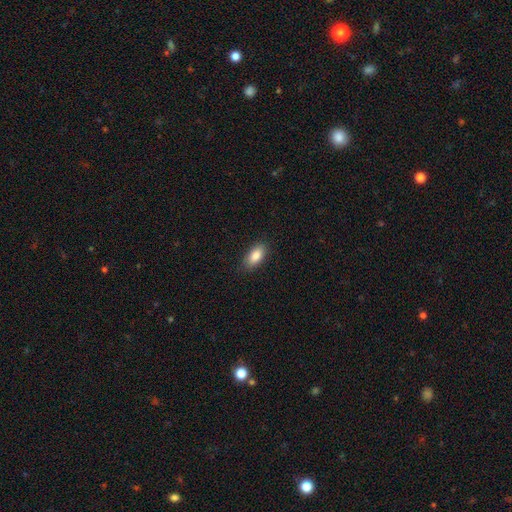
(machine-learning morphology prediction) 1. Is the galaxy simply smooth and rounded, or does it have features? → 85% smooth, 7% featured or disk, 7% star or artifact.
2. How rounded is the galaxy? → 89% in between, 7% cigar-shaped, 4% round.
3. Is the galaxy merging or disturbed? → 87% none, 10% minor disturbance, 2% major disturbance, 1% merger.